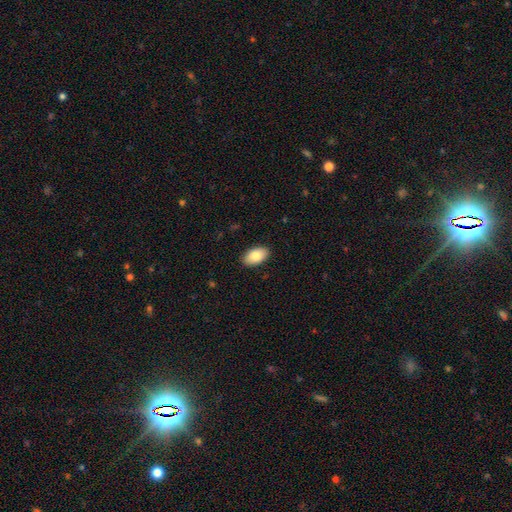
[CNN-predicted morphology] Smooth or featured? smooth (84%)
How rounded? in between (94%)
Merging? none (89%)